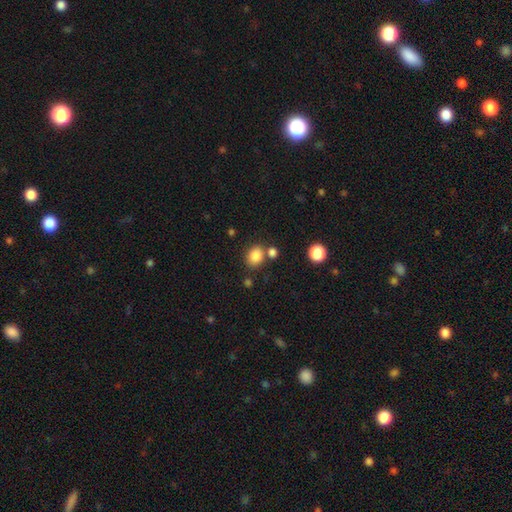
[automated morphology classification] smooth_or_featured: smooth (p=0.84) [alt: star or artifact p=0.11]
how_rounded: round (p=0.52) [alt: in between p=0.47]
merging: none (p=0.70) [alt: merger p=0.15]